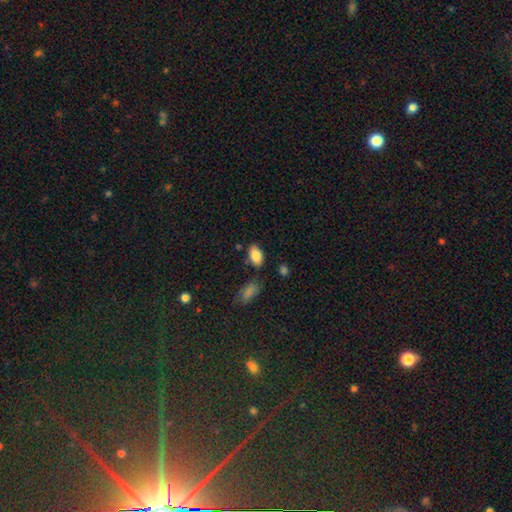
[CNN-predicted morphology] This is clearly a smooth galaxy (85%). How rounded: clearly in between (92%). Merging: likely none (77%).